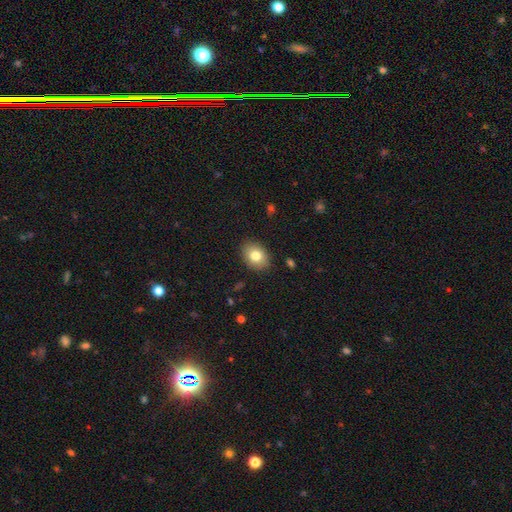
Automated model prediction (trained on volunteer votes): A smooth galaxy with no disk features (81%) that is in between round and cigar-shaped (68%).

Vote fractions:
- Smooth or featured? smooth: 81% / featured or disk: 11% / star or artifact: 9%
- How rounded? in between: 68% / round: 31% / cigar-shaped: 1%
- Merging? none: 88% / minor disturbance: 9% / major disturbance: 2% / merger: 1%